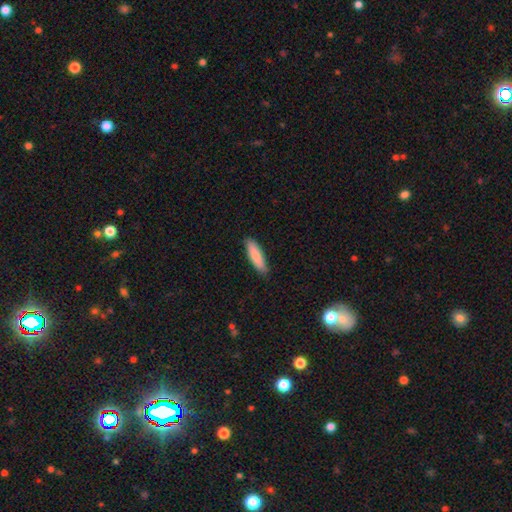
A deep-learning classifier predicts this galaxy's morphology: type=smooth (85%); roundness=cigar-shaped (67%); merging=none (86%).